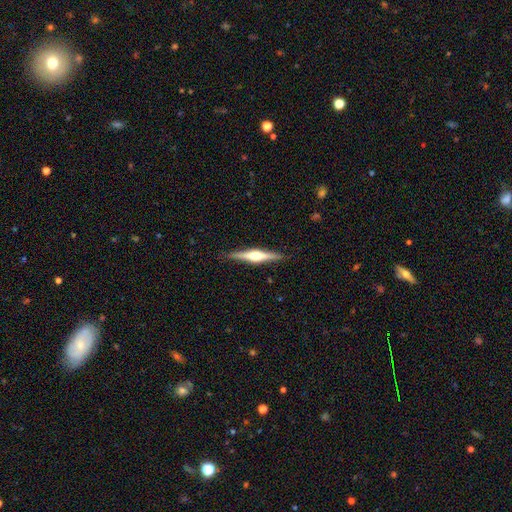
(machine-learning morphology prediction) Smooth or featured? featured or disk (75%)
Edge-on disk? yes (98%)
Edge-on bulge? rounded (90%)
Merging? none (90%)